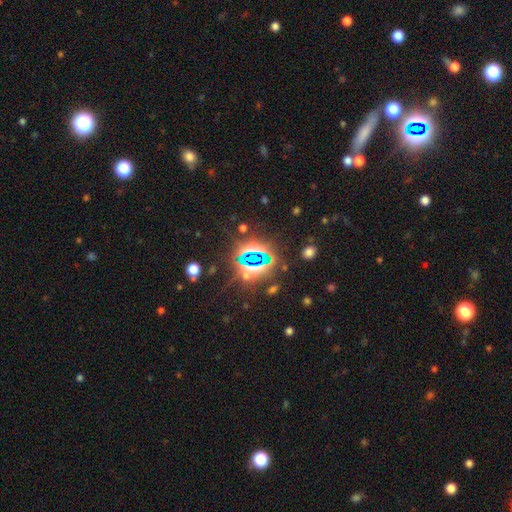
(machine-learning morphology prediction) Overall: star or artifact (76%).